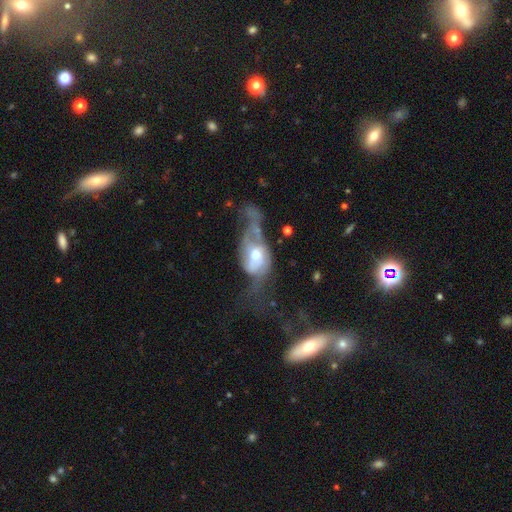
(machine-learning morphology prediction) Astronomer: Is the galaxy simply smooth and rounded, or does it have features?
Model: featured or disk — 64%.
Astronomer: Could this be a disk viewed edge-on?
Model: no — 92%.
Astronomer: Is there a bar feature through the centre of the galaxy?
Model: no — 66%.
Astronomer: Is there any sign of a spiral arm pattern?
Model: yes — 58% (runner-up: no, 42%).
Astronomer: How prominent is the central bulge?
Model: moderate — 60%.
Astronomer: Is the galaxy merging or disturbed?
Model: major disturbance — 55%.